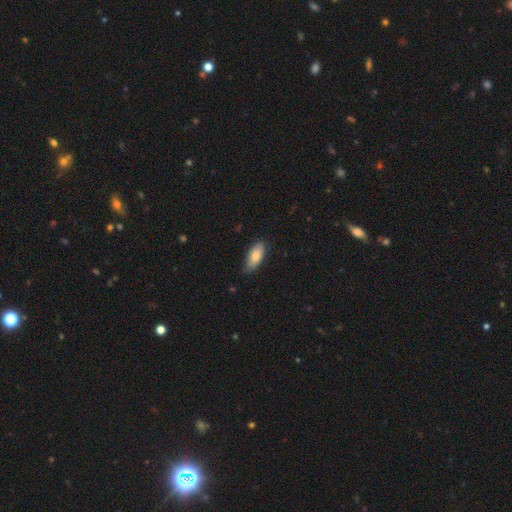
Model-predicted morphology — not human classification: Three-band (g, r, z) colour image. It shows a smooth galaxy with no disk features (82%) that is in between round and cigar-shaped (85%). Merging: none (77%).